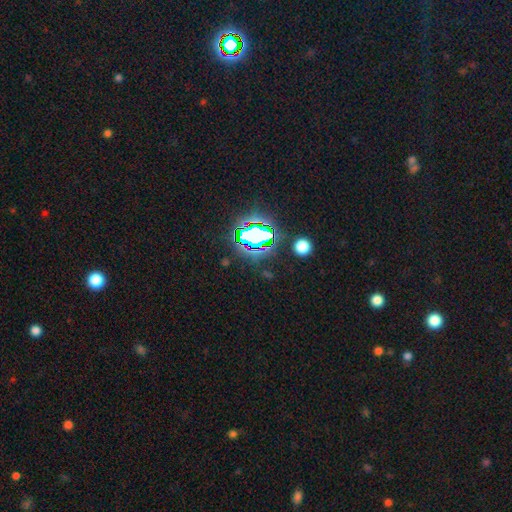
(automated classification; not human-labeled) Smooth or featured?
  - star or artifact: 82% *
  - smooth: 11%
  - featured or disk: 6%